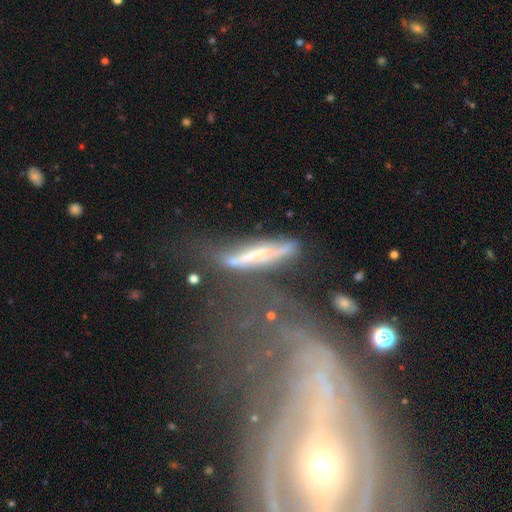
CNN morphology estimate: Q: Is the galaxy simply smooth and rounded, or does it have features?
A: featured or disk — 56%.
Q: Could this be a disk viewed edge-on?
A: yes — 57%.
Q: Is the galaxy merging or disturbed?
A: none — 33%.